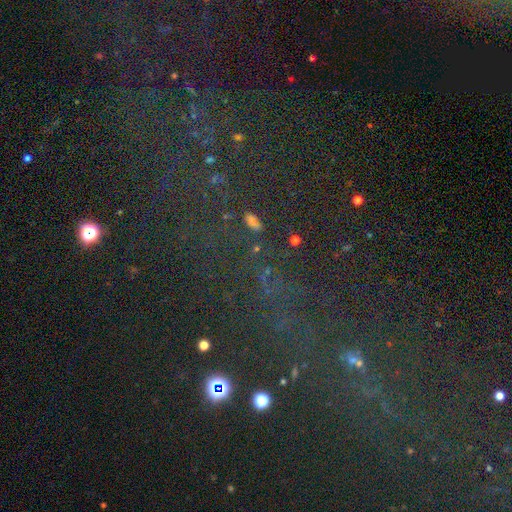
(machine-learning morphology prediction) Smooth or featured? star or artifact (76%)